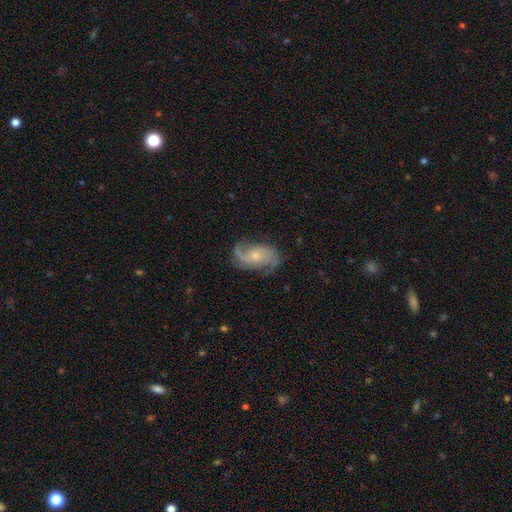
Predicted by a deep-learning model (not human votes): featured or disk 83%, smooth 11%, star or artifact 6%. Down the decision tree: edge-on disk — no (97%); bar — no (65%); spiral arms — yes (96%); spiral arm count — 2 (78%); spiral winding — medium (46%); bulge size — small (59%); merging — none (71%).